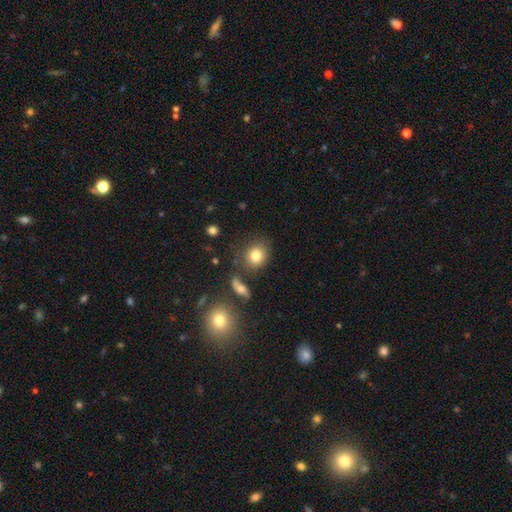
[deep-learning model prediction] Q: Smooth or featured?
A: smooth (80%); runner-up: star or artifact (10%)
Q: How rounded?
A: round (74%); runner-up: in between (24%)
Q: Merging?
A: none (74%); runner-up: minor disturbance (13%)